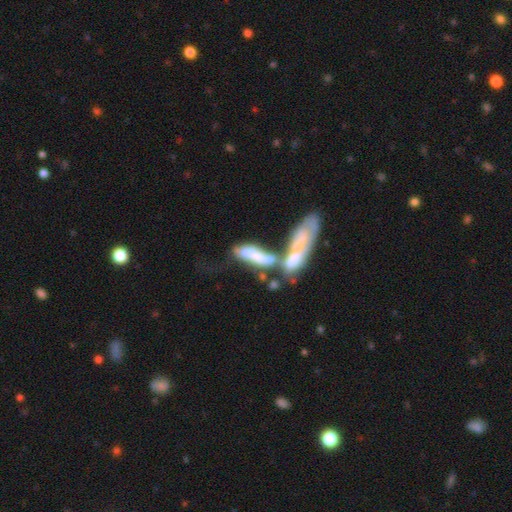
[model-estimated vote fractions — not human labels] Q: Smooth or featured?
A: smooth (51%); runner-up: featured or disk (40%)
Q: How rounded?
A: cigar-shaped (52%); runner-up: in between (46%)
Q: Merging?
A: merger (66%); runner-up: none (13%)